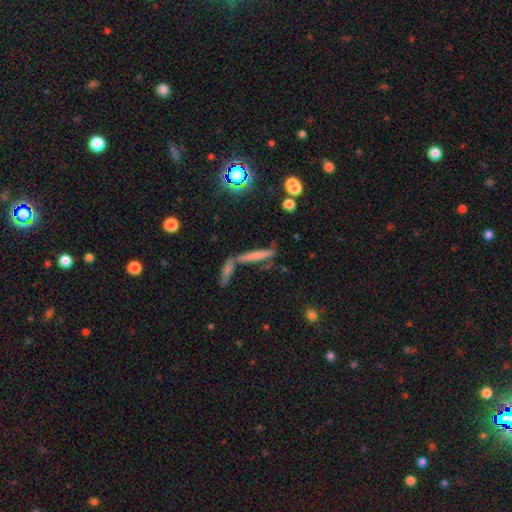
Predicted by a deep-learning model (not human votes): This appears to be a smooth galaxy with no disk features (55%) that is cigar-shaped (84%). Merging: none (46%).